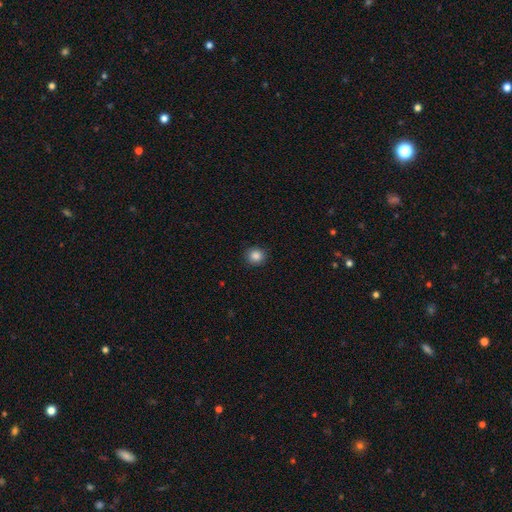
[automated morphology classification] Overall: smooth (86%). How rounded: round (90%). Merging: none (91%).